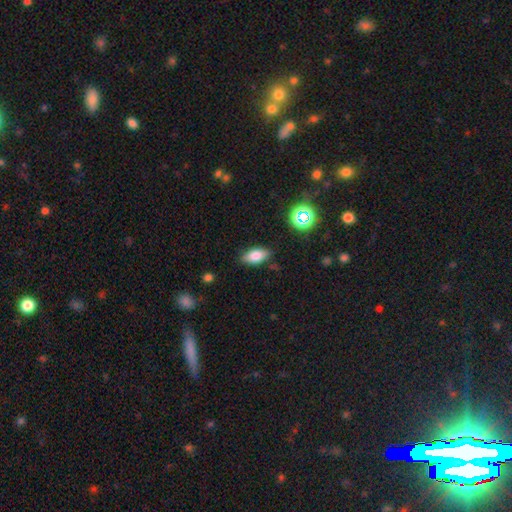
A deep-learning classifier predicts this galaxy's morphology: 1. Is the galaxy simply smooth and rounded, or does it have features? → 77% smooth, 13% featured or disk, 10% star or artifact.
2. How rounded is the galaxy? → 87% in between, 8% cigar-shaped, 5% round.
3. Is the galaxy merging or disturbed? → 84% none, 12% minor disturbance, 3% major disturbance, 2% merger.